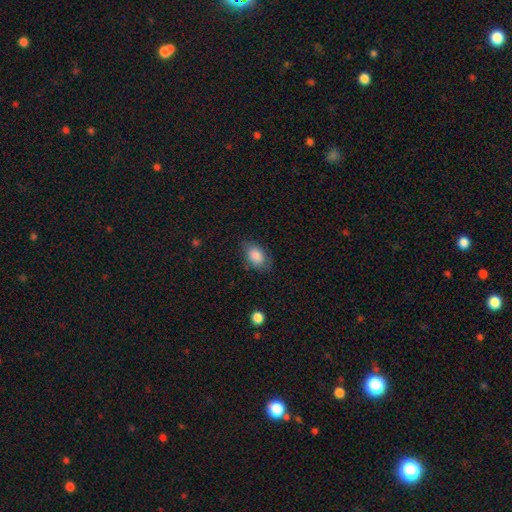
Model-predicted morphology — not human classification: Overall: smooth (86%). How rounded: in between (88%). Merging: none (74%).